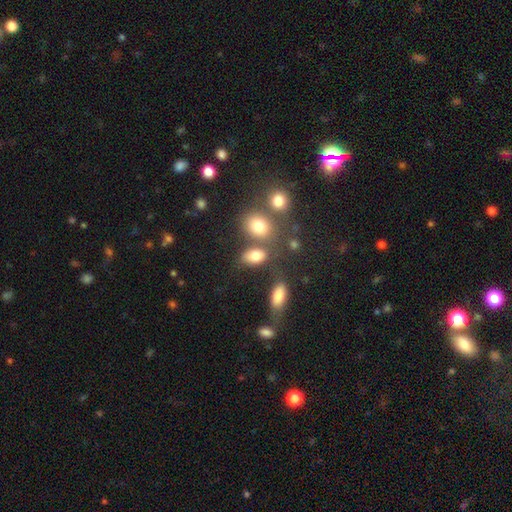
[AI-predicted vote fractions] This is likely a smooth galaxy (78%). How rounded: clearly in between (80%). Merging: possibly none (58%).